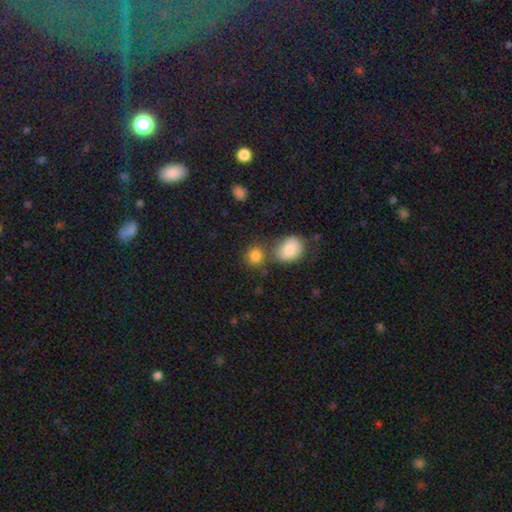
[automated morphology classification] Smooth or featured?
  - smooth: 83% *
  - star or artifact: 10%
  - featured or disk: 6%
How rounded?
  - round: 77% *
  - in between: 21%
  - cigar-shaped: 1%
Merging?
  - none: 62% *
  - merger: 24%
  - minor disturbance: 11%
  - major disturbance: 4%